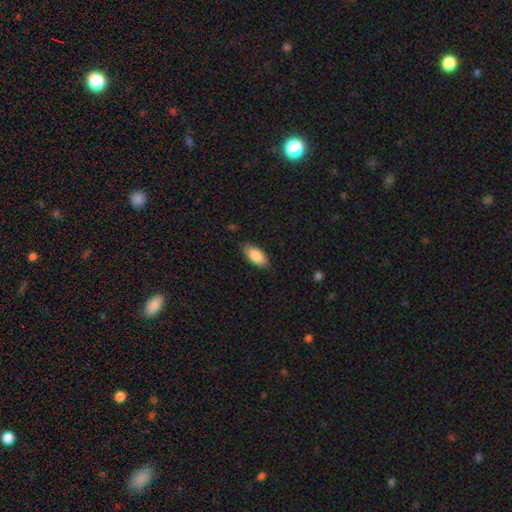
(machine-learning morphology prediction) Smooth or featured: smooth — 88% (featured or disk — 6%)
How rounded: in between — 89% (cigar-shaped — 8%)
Merging: none — 84% (minor disturbance — 12%)